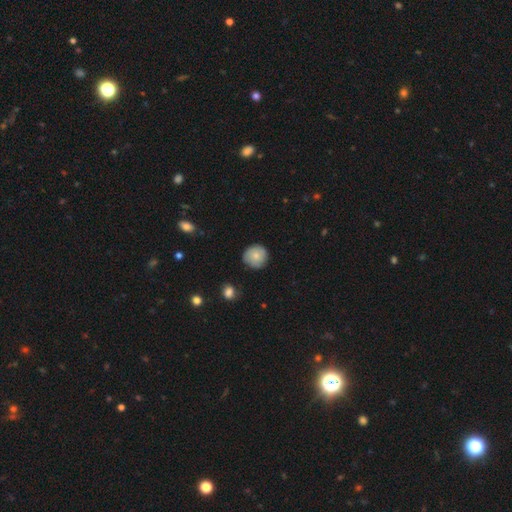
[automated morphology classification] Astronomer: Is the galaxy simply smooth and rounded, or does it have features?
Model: smooth — 76%.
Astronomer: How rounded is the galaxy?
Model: round — 92%.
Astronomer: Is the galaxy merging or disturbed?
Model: none — 81%.